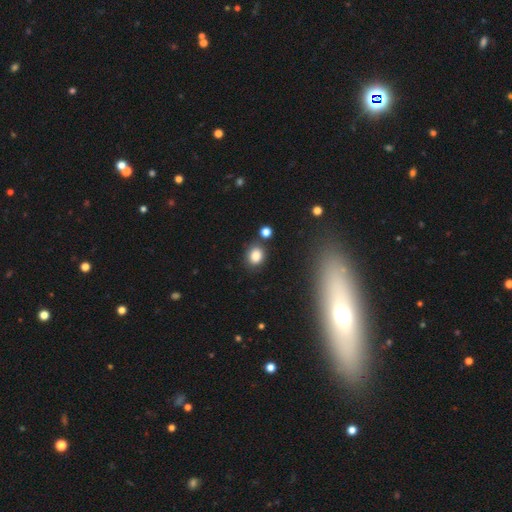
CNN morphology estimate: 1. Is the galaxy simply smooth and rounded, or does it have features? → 83% smooth, 11% star or artifact, 6% featured or disk.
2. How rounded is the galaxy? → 55% round, 44% in between, 1% cigar-shaped.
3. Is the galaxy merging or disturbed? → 79% none, 11% minor disturbance, 7% merger, 3% major disturbance.